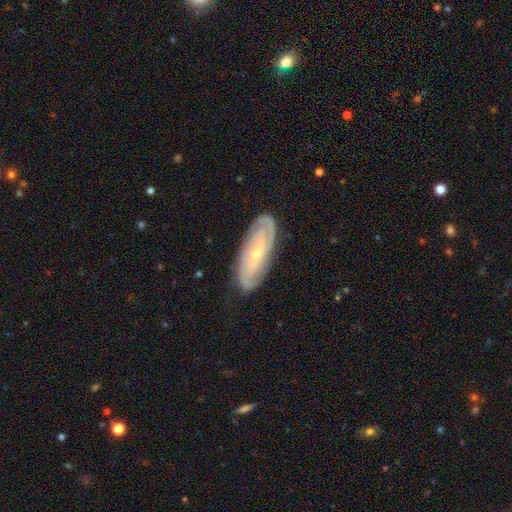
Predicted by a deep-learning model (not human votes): Morphology: type=featured or disk (74%); edge-on=no (86%); bar=no (60%); spiral arms=yes (92%); winding=tight (65%); arm count=can't tell (36%); bulge=small (75%); merging=none (84%).